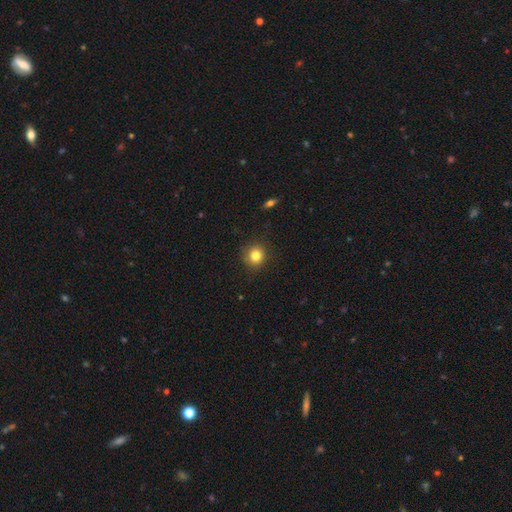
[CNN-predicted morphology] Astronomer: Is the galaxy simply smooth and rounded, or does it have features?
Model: smooth — 82%.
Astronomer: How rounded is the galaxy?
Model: round — 91%.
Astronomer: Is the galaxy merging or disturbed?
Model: none — 89%.